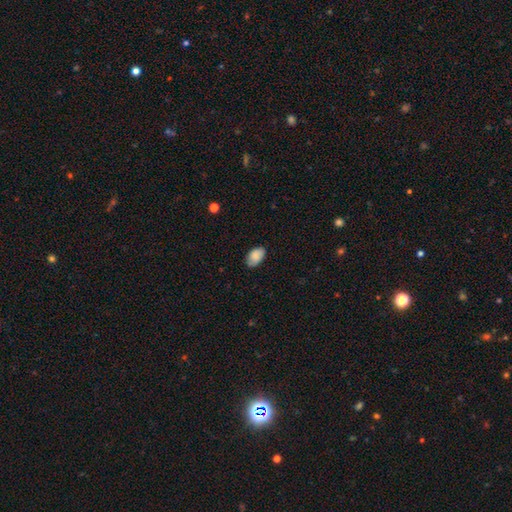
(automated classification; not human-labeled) This appears to be a smooth galaxy with no disk features (87%) that is in between round and cigar-shaped (93%). Merging: none (80%).